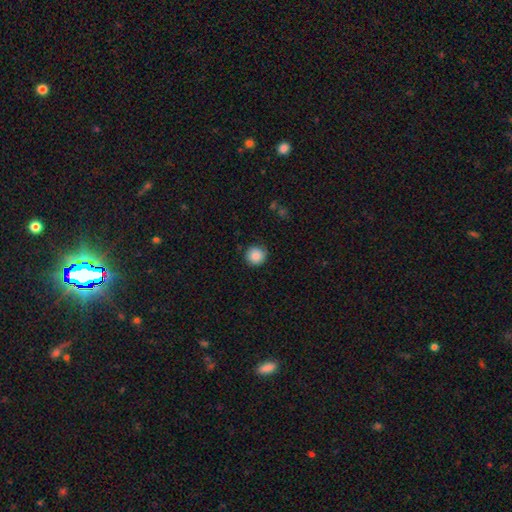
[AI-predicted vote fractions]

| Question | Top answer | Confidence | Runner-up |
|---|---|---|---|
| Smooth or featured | smooth | 87% | star or artifact (9%) |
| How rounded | round | 94% | in between (5%) |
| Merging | none | 87% | minor disturbance (10%) |